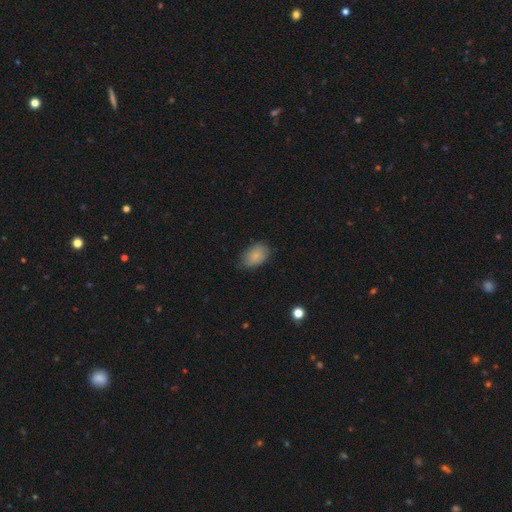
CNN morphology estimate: This appears to be a smooth galaxy with no disk features (82%) that is in between round and cigar-shaped (89%). Merging: none (71%).